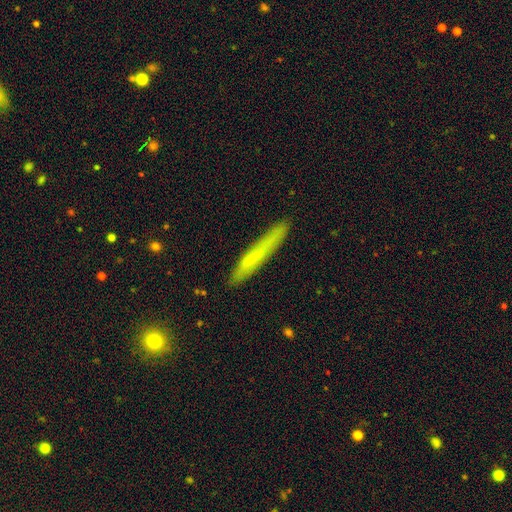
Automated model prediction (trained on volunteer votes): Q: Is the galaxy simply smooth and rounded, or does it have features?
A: smooth — 59%.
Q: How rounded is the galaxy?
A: cigar-shaped — 95%.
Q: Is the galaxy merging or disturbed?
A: none — 82%.